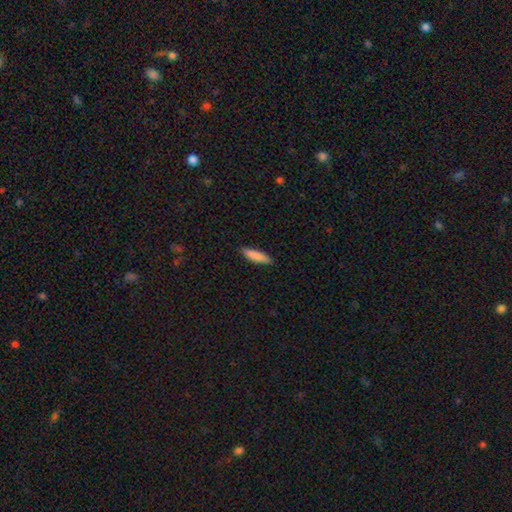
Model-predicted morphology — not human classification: type=smooth (86%); roundness=cigar-shaped (69%); merging=none (87%).